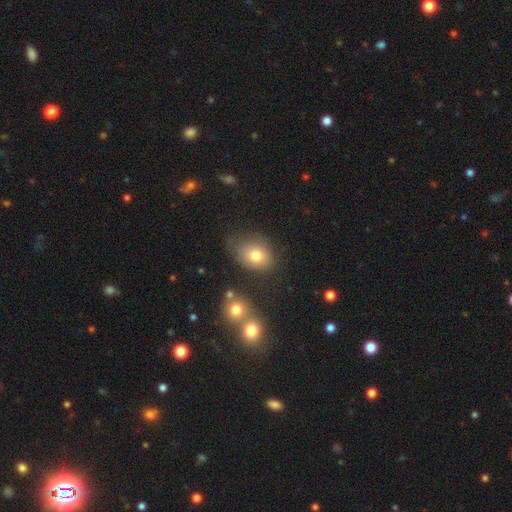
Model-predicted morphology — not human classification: Smooth or featured: smooth — 77% (featured or disk — 12%)
How rounded: in between — 57% (round — 42%)
Merging: none — 64% (minor disturbance — 20%)